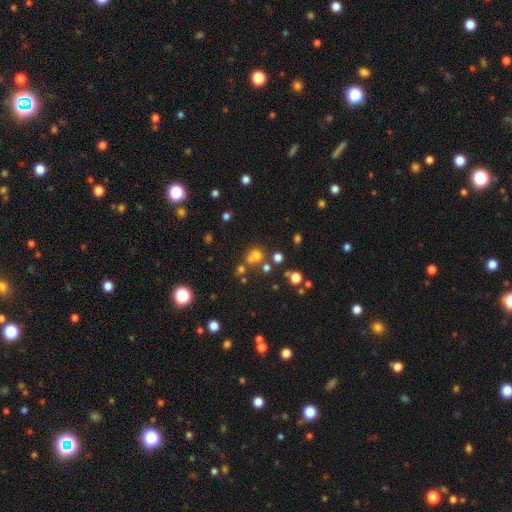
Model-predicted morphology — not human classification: Smooth or featured? Predicted: smooth (p=0.63). How rounded? Predicted: round (p=0.83). Merging? Predicted: none (p=0.54).